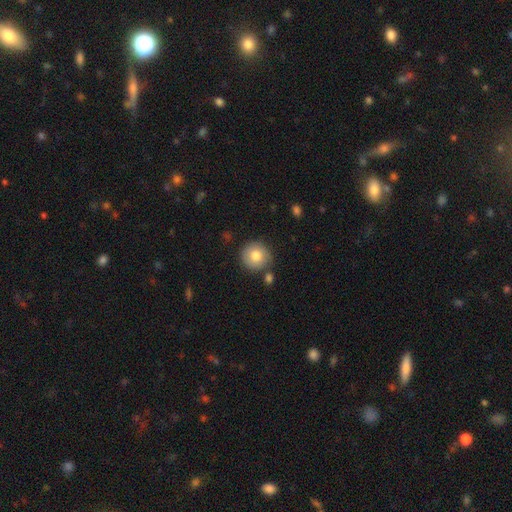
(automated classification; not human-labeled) Q: Smooth or featured?
A: smooth (80%); runner-up: featured or disk (12%)
Q: How rounded?
A: round (94%); runner-up: in between (5%)
Q: Merging?
A: none (80%); runner-up: minor disturbance (11%)